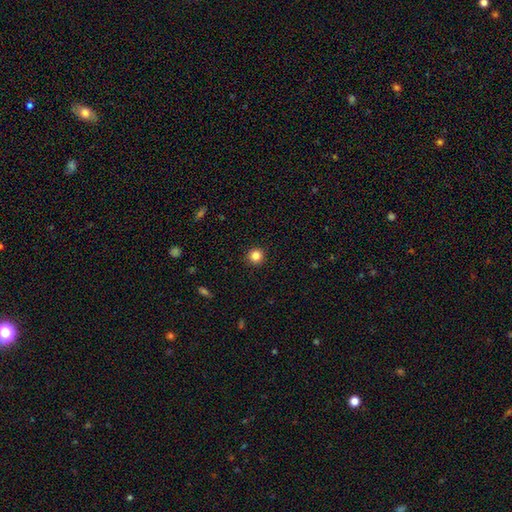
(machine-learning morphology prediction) Overall: smooth (84%). How rounded: round (95%). Merging: none (93%).